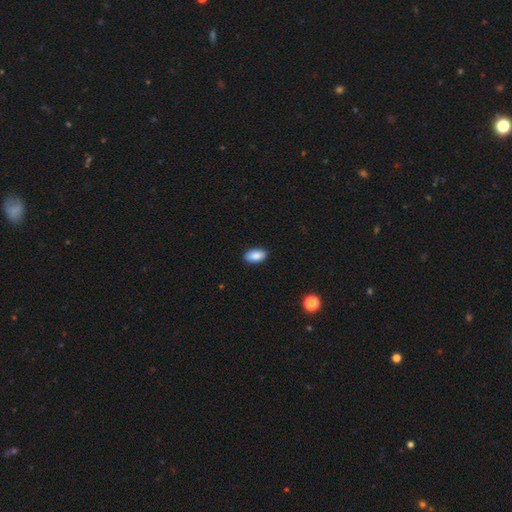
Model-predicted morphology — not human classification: A smooth galaxy with no disk features (89%) that is in between round and cigar-shaped (93%).

Vote fractions:
- Smooth or featured? smooth: 89% / star or artifact: 7% / featured or disk: 4%
- How rounded? in between: 93% / round: 4% / cigar-shaped: 3%
- Merging? none: 90% / minor disturbance: 8% / major disturbance: 2% / merger: 1%